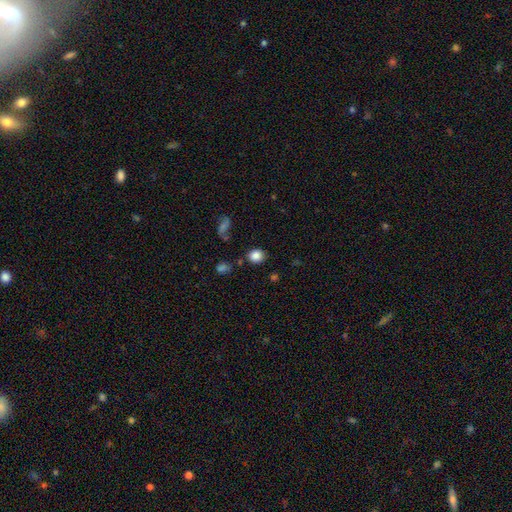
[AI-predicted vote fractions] smooth_or_featured: smooth (p=0.84) [alt: star or artifact p=0.10]
how_rounded: round (p=0.75) [alt: in between p=0.24]
merging: none (p=0.80) [alt: minor disturbance p=0.12]